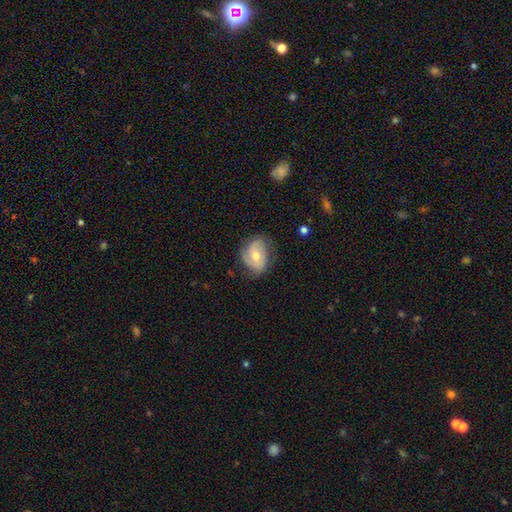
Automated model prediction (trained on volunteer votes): The model was most divided on "smooth or featured": featured or disk: 49%, smooth: 44%, star or artifact: 7%. More confident: merging — none (62%).